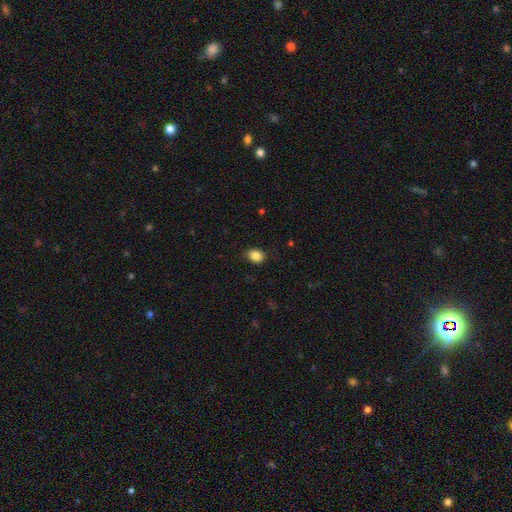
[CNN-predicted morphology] The model was most divided on "how rounded": round: 50%, in between: 49%, cigar-shaped: 1%. More confident: smooth or featured — smooth (86%); merging — none (84%).